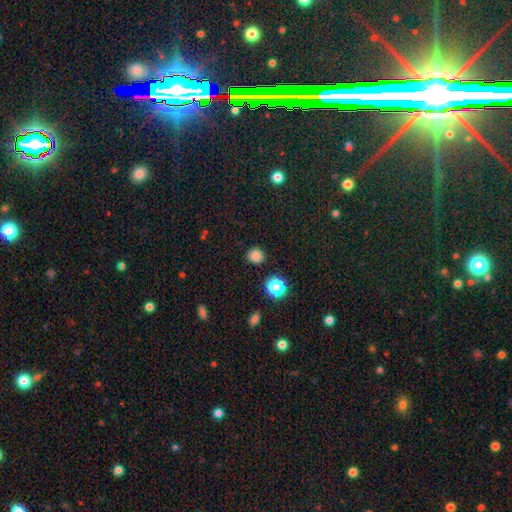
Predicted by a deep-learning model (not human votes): Smooth or featured? Predicted: smooth (p=0.81). How rounded? Predicted: round (p=0.88). Merging? Predicted: none (p=0.89).